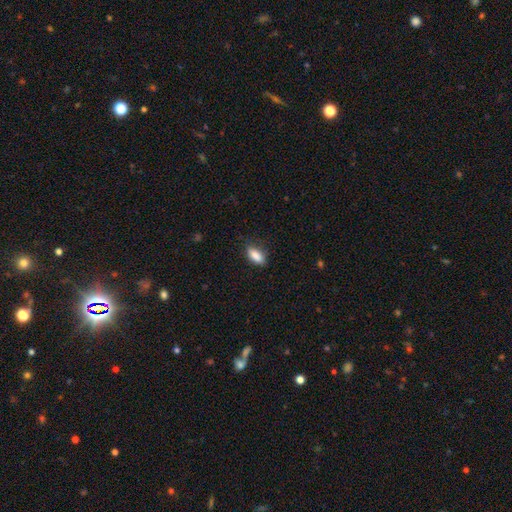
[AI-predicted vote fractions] Smooth or featured? smooth (86%)
How rounded? in between (81%)
Merging? none (76%)